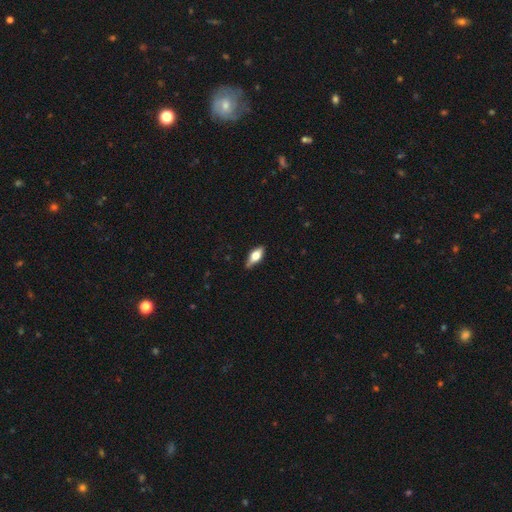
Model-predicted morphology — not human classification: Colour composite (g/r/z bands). It shows a smooth galaxy with no disk features (55%) that is in between round and cigar-shaped (77%). Merging: none (80%).